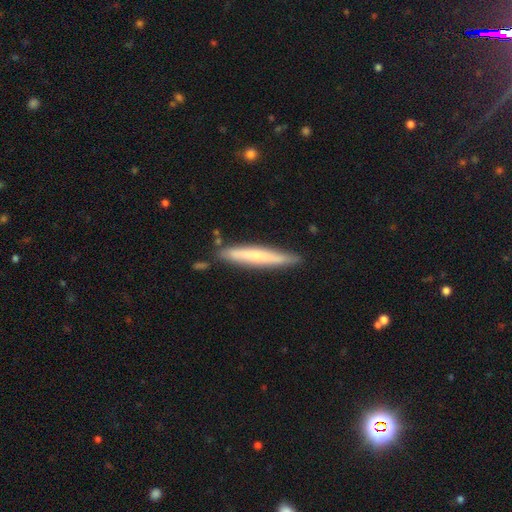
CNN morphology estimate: This is possibly a smooth galaxy (52%). How rounded: clearly cigar-shaped (94%). Merging: clearly none (81%).